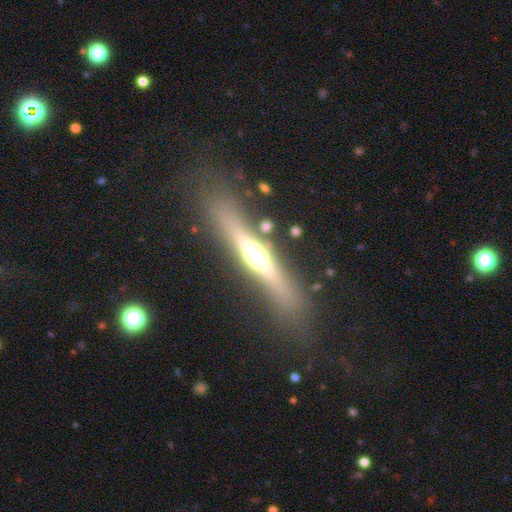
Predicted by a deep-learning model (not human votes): Smooth or featured?
  - featured or disk: 62% *
  - smooth: 30%
  - star or artifact: 8%
Edge-on disk?
  - yes: 90% *
  - no: 10%
Edge-on bulge?
  - rounded: 90% *
  - boxy: 5%
  - none: 5%
Merging?
  - none: 79% *
  - minor disturbance: 12%
  - major disturbance: 6%
  - merger: 4%